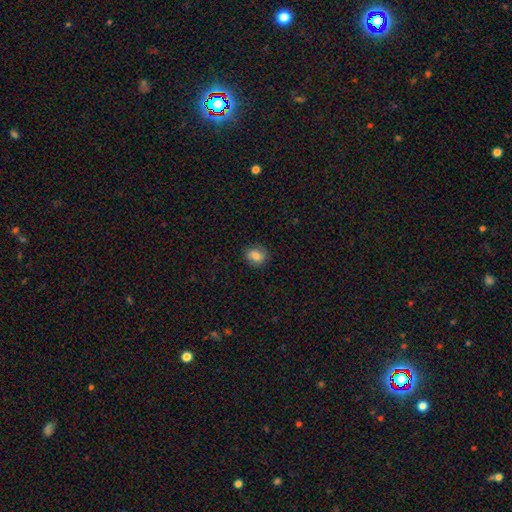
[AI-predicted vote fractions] smooth 78%, featured or disk 12%, star or artifact 10%. Down the decision tree: how rounded — round (72%); merging — none (82%).